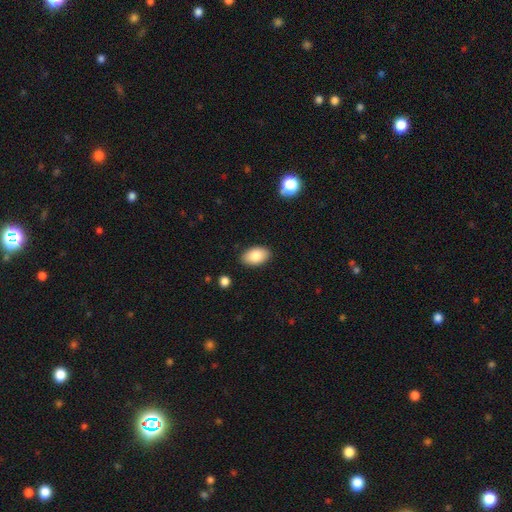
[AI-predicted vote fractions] The model was most divided on "smooth or featured": smooth: 83%, featured or disk: 10%, star or artifact: 7%. More confident: how rounded — in between (93%); merging — none (88%).